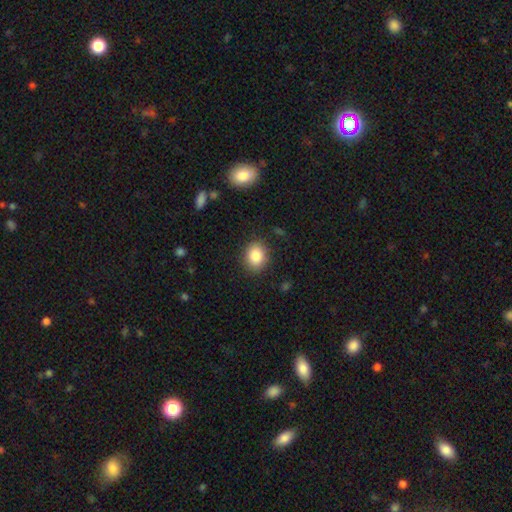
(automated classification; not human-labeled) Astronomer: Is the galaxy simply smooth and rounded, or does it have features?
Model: smooth — 85%.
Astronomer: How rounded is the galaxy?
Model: round — 55% (runner-up: in between, 44%).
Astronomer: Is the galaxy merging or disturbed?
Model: none — 86%.